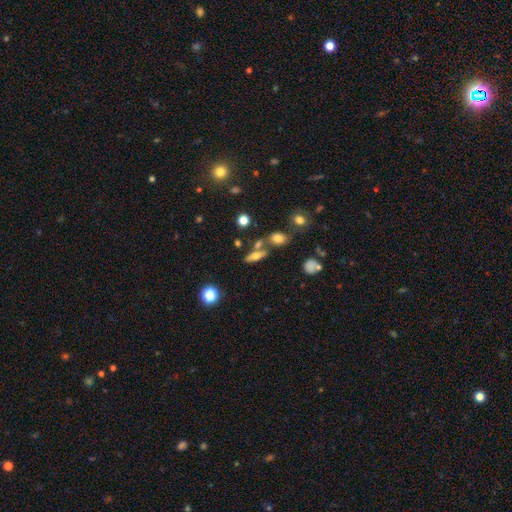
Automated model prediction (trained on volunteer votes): Smooth or featured? Predicted: smooth (p=0.52). How rounded? Predicted: in between (p=0.52). Merging? Predicted: none (p=0.58).